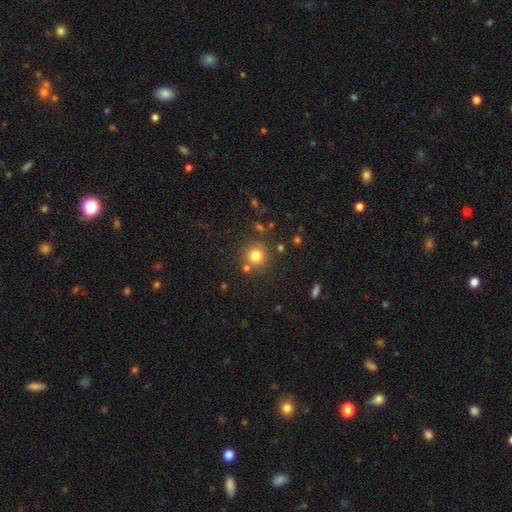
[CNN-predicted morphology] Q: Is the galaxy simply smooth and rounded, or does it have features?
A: smooth — 79%.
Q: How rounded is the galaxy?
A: round — 93%.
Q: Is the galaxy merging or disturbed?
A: none — 80%.